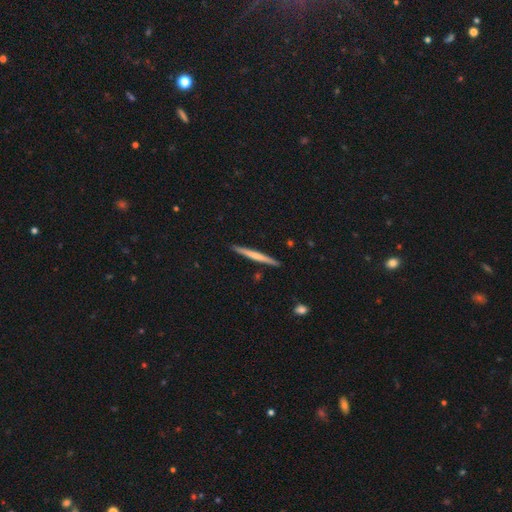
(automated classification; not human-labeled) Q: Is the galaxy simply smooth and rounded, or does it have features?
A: smooth — 49%.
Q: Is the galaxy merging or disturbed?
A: none — 91%.